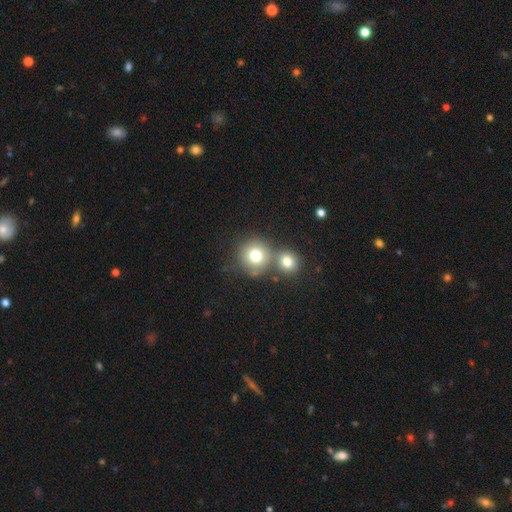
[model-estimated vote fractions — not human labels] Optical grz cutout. It shows a smooth galaxy with no disk features (76%) that is round (91%). Merging: none (51%).